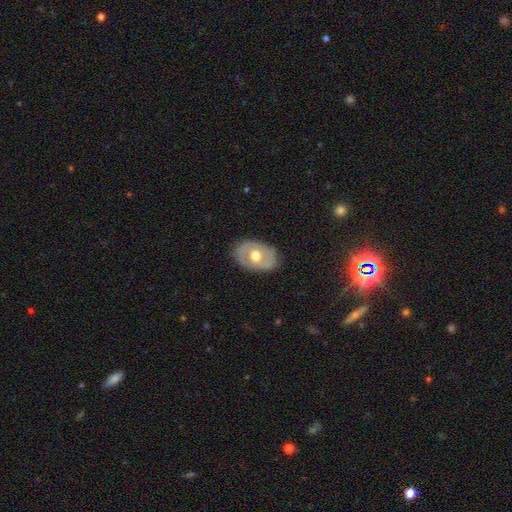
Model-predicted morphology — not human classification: A featured or disk galaxy (53%). Merging: none (80%).